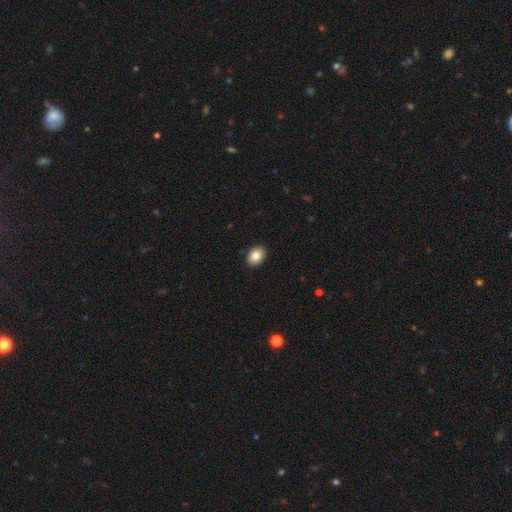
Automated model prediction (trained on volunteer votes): smooth_or_featured: smooth (p=0.85) [alt: star or artifact p=0.08]
how_rounded: in between (p=0.73) [alt: round p=0.26]
merging: none (p=0.91) [alt: minor disturbance p=0.06]